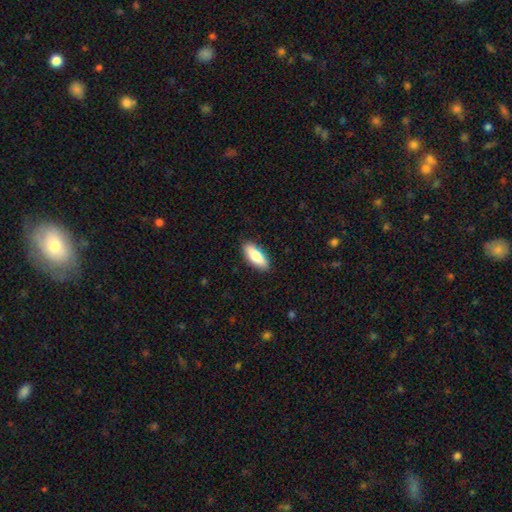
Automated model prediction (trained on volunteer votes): Q: Smooth or featured?
A: smooth (84%); runner-up: featured or disk (10%)
Q: How rounded?
A: in between (71%); runner-up: cigar-shaped (27%)
Q: Merging?
A: none (89%); runner-up: minor disturbance (8%)